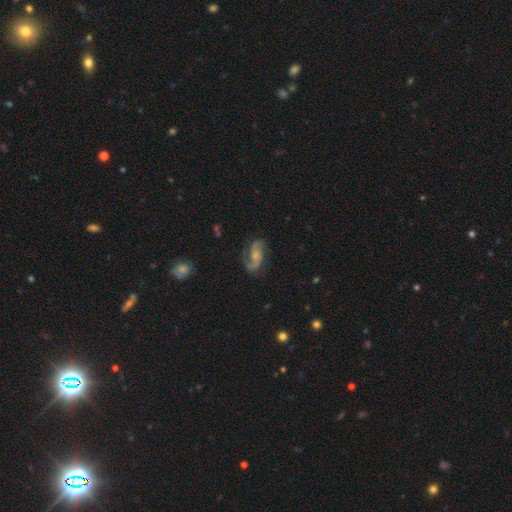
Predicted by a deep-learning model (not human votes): smooth-or-featured: featured or disk: 80% | smooth: 13% | star or artifact: 7%
  disk-edge-on: no: 97% | yes: 3%
    bar: no: 56% | weak: 35% | strong: 9%
    has-spiral-arms: yes: 95% | no: 5%
      spiral-winding: loose: 46% | medium: 41% | tight: 13%
      spiral-arm-count: 2: 88% | 1: 5% | can't tell: 4% | 3: 2% | 4: 1% | more than 4: 1%
    bulge-size: small: 46% | moderate: 34% | none: 13% | large: 5% | dominant: 1%
  merging: none: 68% | minor disturbance: 19% | major disturbance: 11% | merger: 2%